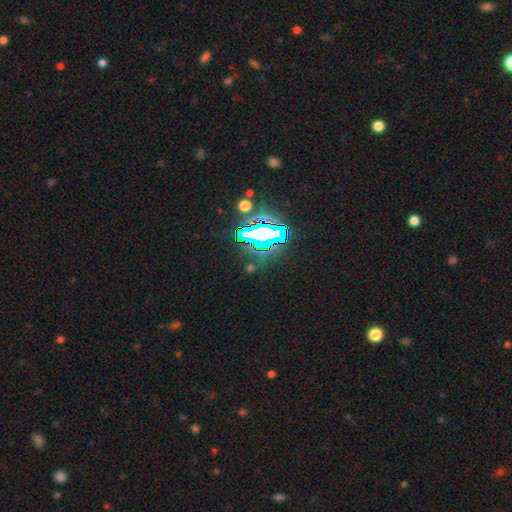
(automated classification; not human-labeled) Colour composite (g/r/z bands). It shows a star or artifact, not a galaxy (84%).